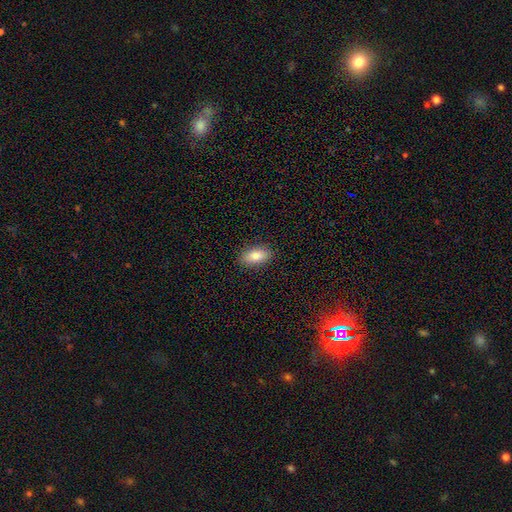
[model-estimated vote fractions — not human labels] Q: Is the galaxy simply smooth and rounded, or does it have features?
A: smooth — 83%.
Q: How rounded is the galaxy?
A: in between — 90%.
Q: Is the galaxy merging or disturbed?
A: none — 89%.